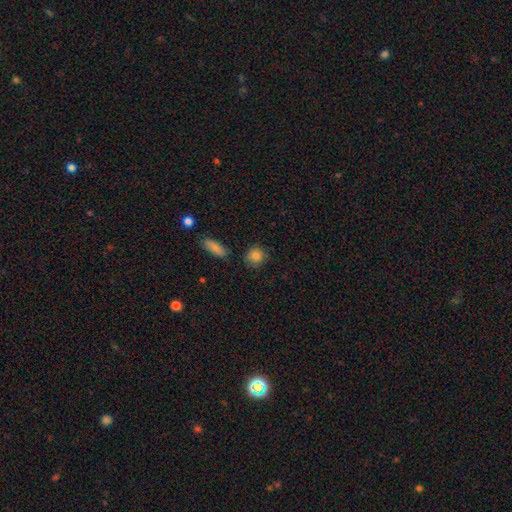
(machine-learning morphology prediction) Smooth or featured: smooth — 83% (star or artifact — 10%)
How rounded: round — 82% (in between — 16%)
Merging: none — 83% (minor disturbance — 12%)